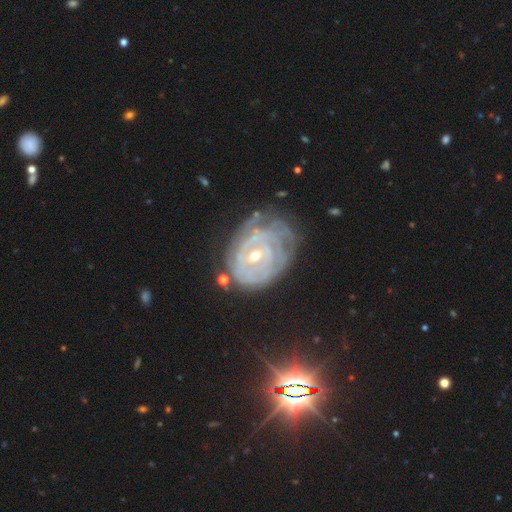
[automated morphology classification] A featured or disk galaxy (84%) with no bar (54%), tight (81%) spiral arms (90%) and a small central bulge (60%).

Vote fractions:
- Smooth or featured? featured or disk: 84% / smooth: 8% / star or artifact: 7%
- Edge-on disk? no: 96% / yes: 4%
- Bar? no: 54% / weak: 34% / strong: 12%
- Spiral arms? yes: 90% / no: 10%
- Spiral winding? tight: 81% / medium: 15% / loose: 4%
- Spiral arm count? can't tell: 52% / 2: 15% / 3: 12% / 4: 9% / more than 4: 7% / 1: 5%
- Bulge size? small: 60% / moderate: 37% / large: 1% / none: 1% / dominant: 1%
- Merging? none: 57% / minor disturbance: 26% / major disturbance: 14% / merger: 3%